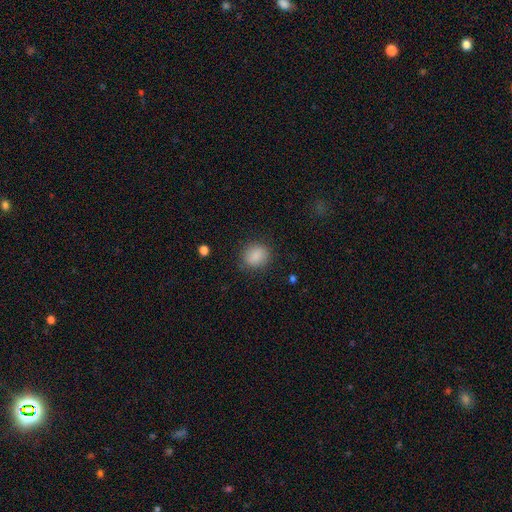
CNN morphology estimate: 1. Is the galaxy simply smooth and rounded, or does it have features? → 87% smooth, 9% star or artifact, 4% featured or disk.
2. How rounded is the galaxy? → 70% round, 29% in between, 1% cigar-shaped.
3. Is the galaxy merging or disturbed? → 84% none, 11% minor disturbance, 4% major disturbance, 1% merger.